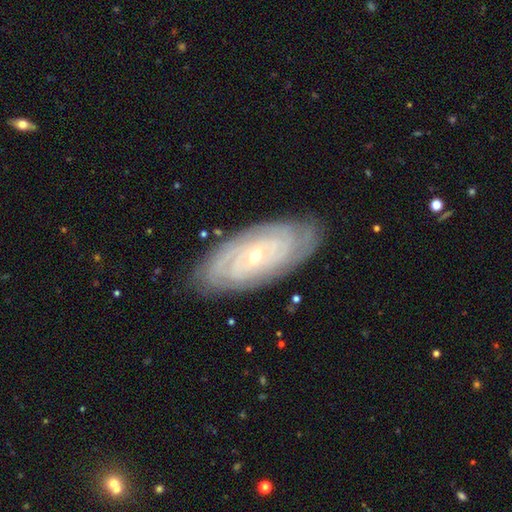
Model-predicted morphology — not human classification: Smooth or featured? Predicted: featured or disk (p=0.85). Edge-on disk? Predicted: no (p=0.93). Bar? Predicted: no (p=0.63). Spiral arms? Predicted: yes (p=0.95). Spiral winding? Predicted: tight (p=0.84). Spiral arm count? Predicted: can't tell (p=0.39). Bulge size? Predicted: small (p=0.76). Merging? Predicted: none (p=0.83).